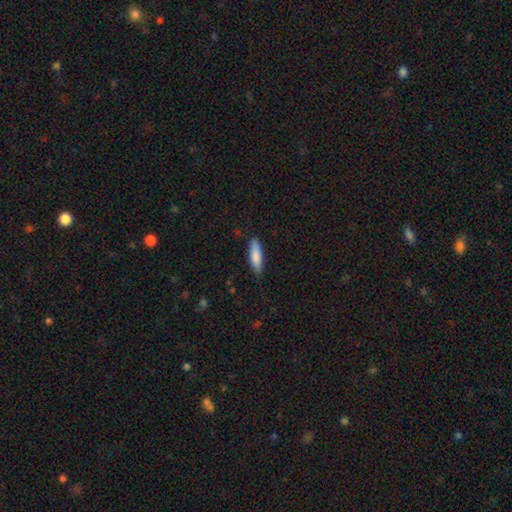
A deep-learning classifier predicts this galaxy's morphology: Overall: smooth (85%). How rounded: cigar-shaped (58%; in between 41%). Merging: none (85%).